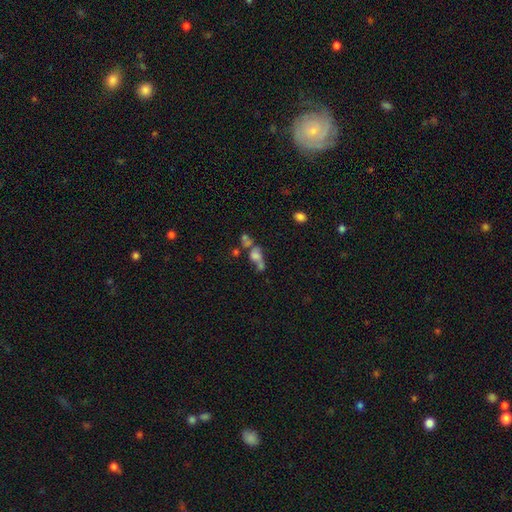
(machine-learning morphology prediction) Smooth or featured? smooth (52%)
How rounded? in between (59%)
Merging? merger (49%)